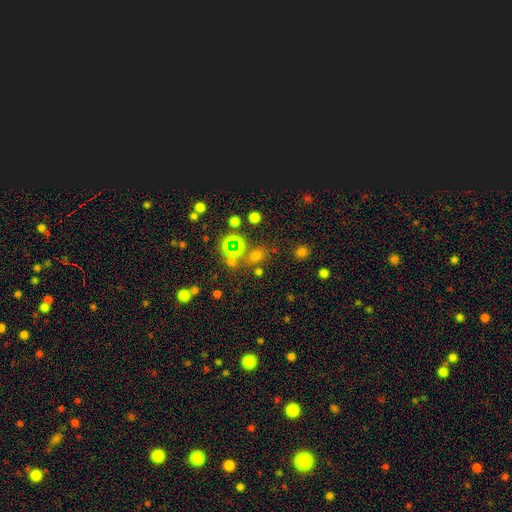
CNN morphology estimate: smooth_or_featured: smooth (p=0.54) [alt: star or artifact p=0.38]
how_rounded: round (p=0.56) [alt: in between p=0.42]
merging: none (p=0.69) [alt: merger p=0.12]